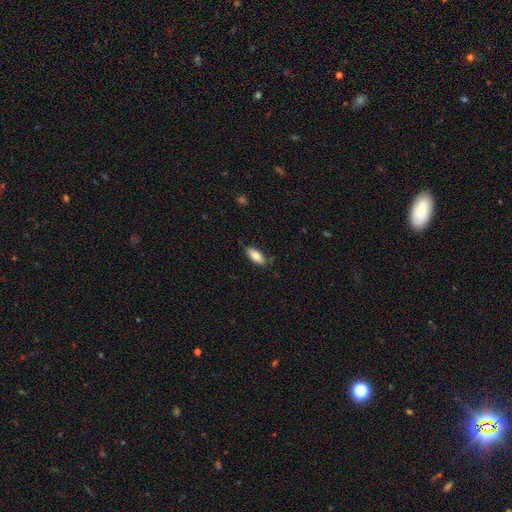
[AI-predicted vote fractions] smooth 81%, featured or disk 13%, star or artifact 7%. Down the decision tree: how rounded — in between (83%); merging — none (78%).